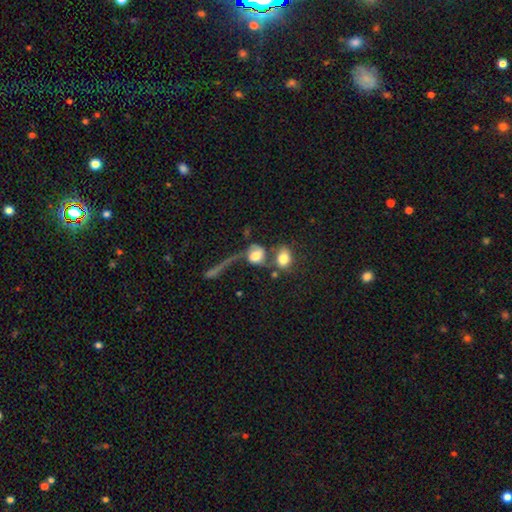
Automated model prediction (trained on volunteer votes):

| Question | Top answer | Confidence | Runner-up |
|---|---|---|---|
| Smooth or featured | smooth | 58% | featured or disk (32%) |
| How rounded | round | 55% | in between (41%) |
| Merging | merger | 45% | none (24%) |